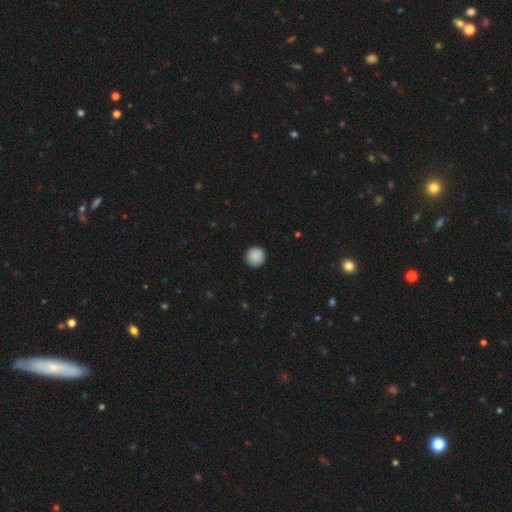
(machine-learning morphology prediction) smooth_or_featured: smooth (p=0.89) [alt: star or artifact p=0.08]
how_rounded: round (p=0.96) [alt: in between p=0.03]
merging: none (p=0.92) [alt: minor disturbance p=0.05]